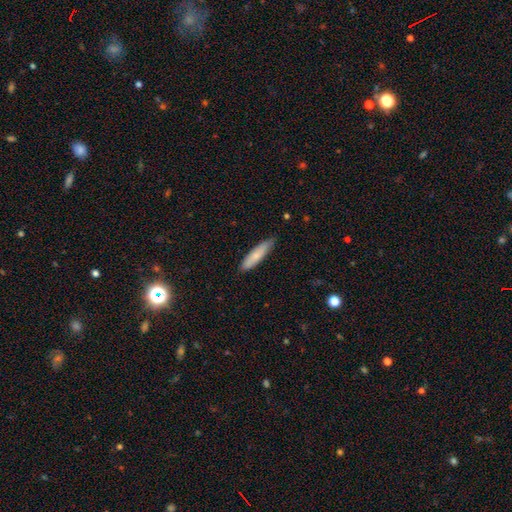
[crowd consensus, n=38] Smooth or featured?
  - smooth: 68% *
  - featured or disk: 26%
  - star or artifact: 5%
How rounded?
  - cigar-shaped: 65% *
  - in between: 35%
  - round: 0%
Merging?
  - none: 86% *
  - minor disturbance: 11%
  - major disturbance: 3%
  - merger: 0%